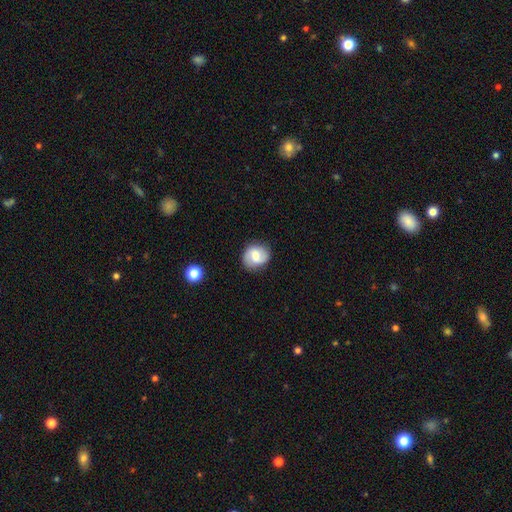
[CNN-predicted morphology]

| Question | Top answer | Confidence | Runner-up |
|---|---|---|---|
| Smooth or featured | smooth | 49% | featured or disk (43%) |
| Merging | none | 81% | minor disturbance (14%) |